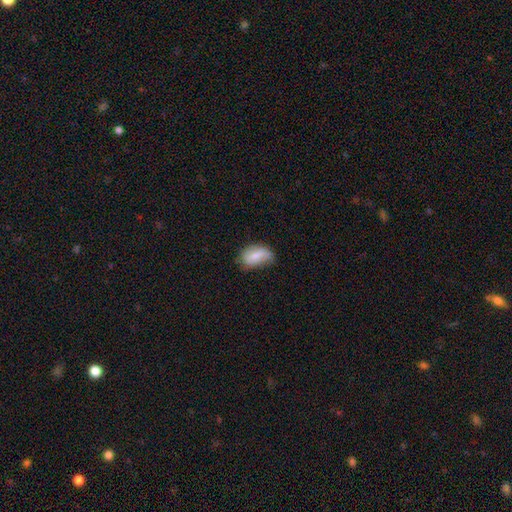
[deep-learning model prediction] Overall: smooth (67%). How rounded: in between (90%). Merging: none (48%; minor disturbance 38%).